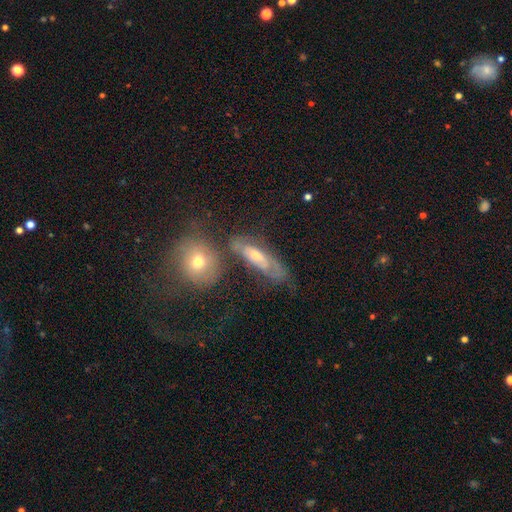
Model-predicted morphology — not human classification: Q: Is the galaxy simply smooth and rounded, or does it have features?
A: featured or disk — 55%.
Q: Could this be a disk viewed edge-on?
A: no — 73%.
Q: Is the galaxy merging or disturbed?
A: none — 52%.